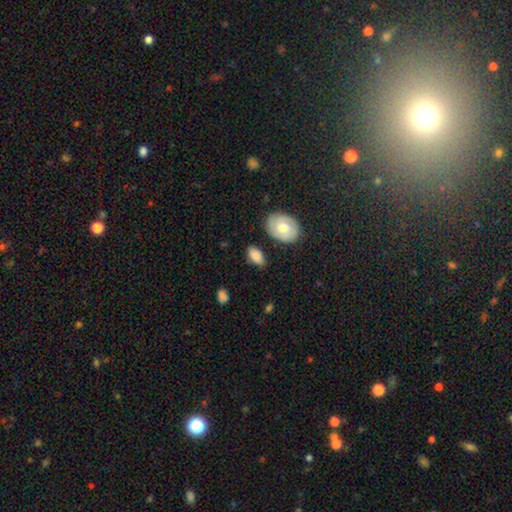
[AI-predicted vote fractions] Overall: smooth (82%). How rounded: in between (91%). Merging: none (71%).